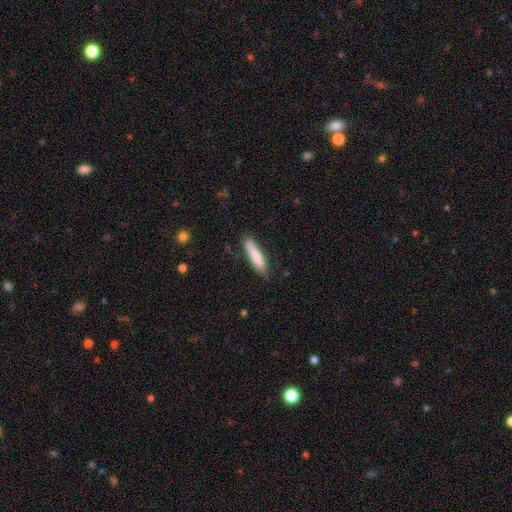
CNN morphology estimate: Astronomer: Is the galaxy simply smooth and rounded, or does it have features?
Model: smooth — 77%.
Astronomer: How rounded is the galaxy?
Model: cigar-shaped — 80%.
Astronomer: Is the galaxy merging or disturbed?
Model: none — 77%.